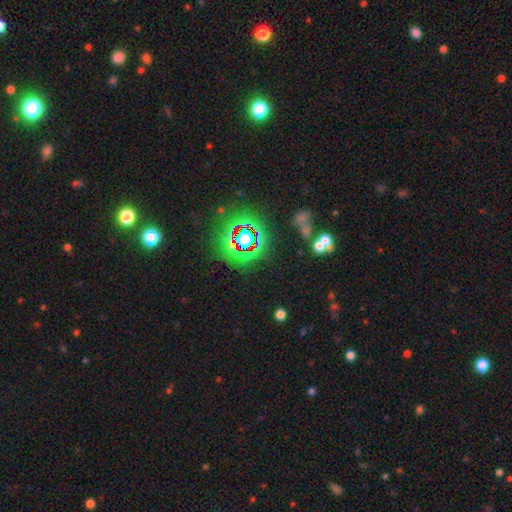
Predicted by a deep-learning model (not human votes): This appears to be a star or artifact, not a galaxy (74%).